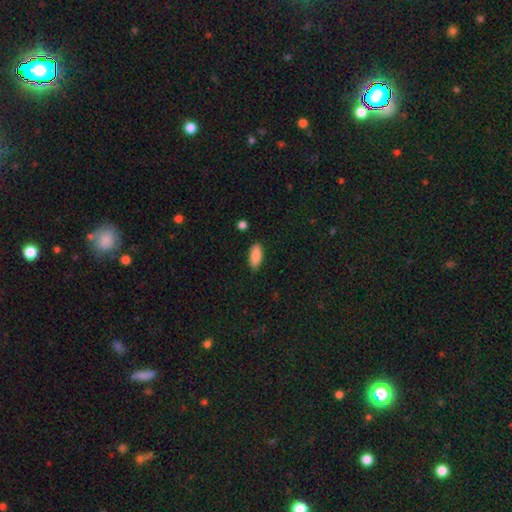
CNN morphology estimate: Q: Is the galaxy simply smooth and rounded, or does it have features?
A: smooth — 89%.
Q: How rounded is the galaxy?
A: in between — 83%.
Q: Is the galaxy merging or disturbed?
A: none — 87%.